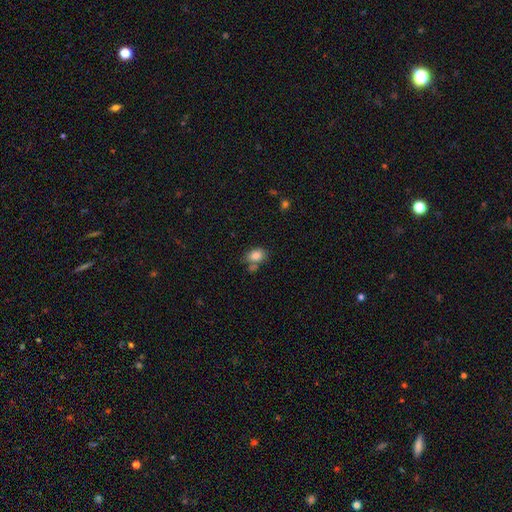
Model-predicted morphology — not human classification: This is clearly a smooth galaxy (84%). How rounded: likely in between (77%). Merging: possibly none (56%).